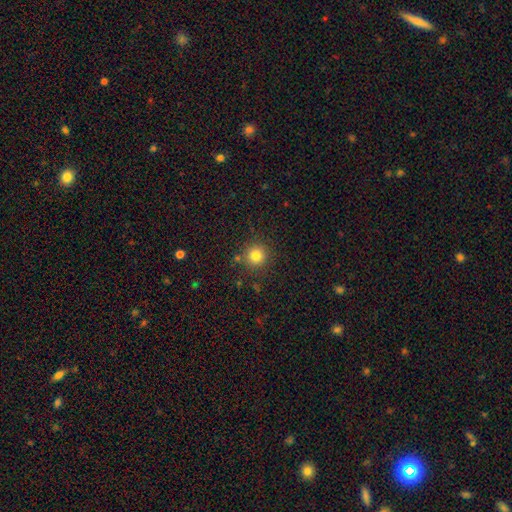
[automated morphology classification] A smooth galaxy with no disk features (81%) that is round (94%).

Vote fractions:
- Smooth or featured? smooth: 81% / star or artifact: 13% / featured or disk: 6%
- How rounded? round: 94% / in between: 5% / cigar-shaped: 1%
- Merging? none: 86% / minor disturbance: 8% / merger: 4% / major disturbance: 3%